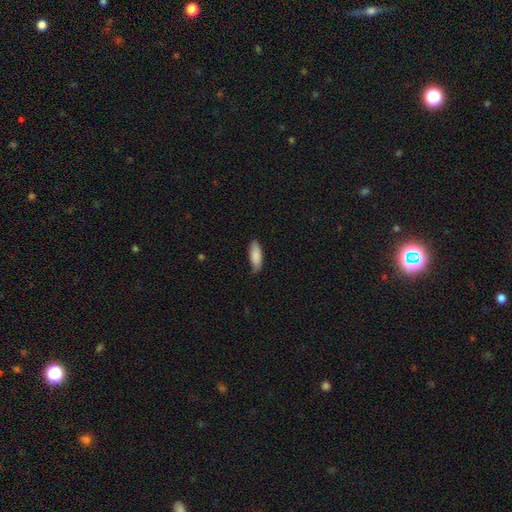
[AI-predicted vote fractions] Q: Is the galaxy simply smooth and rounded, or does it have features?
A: smooth — 87%.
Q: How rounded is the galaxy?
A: in between — 68%.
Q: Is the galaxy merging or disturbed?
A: none — 74%.